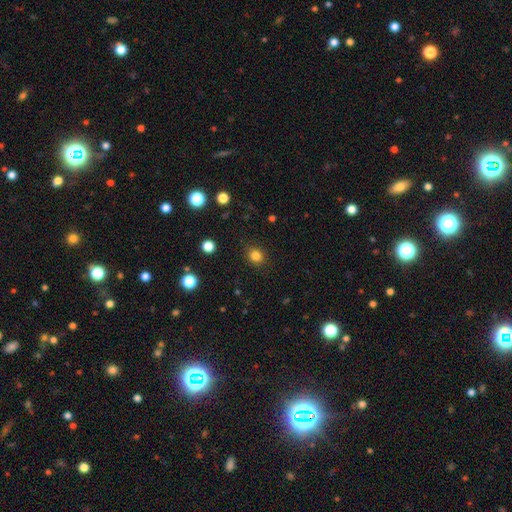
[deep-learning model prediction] Q: Smooth or featured?
A: smooth (82%); runner-up: star or artifact (13%)
Q: How rounded?
A: round (74%); runner-up: in between (25%)
Q: Merging?
A: none (88%); runner-up: minor disturbance (8%)